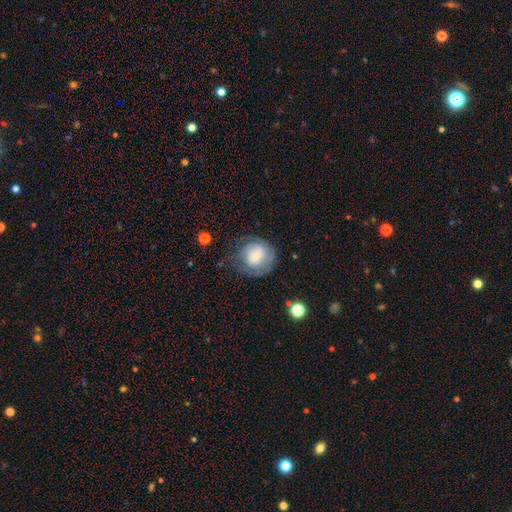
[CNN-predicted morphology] Overall: smooth (51%; featured or disk 40%). How rounded: round (81%). Merging: none (51%; minor disturbance 27%).